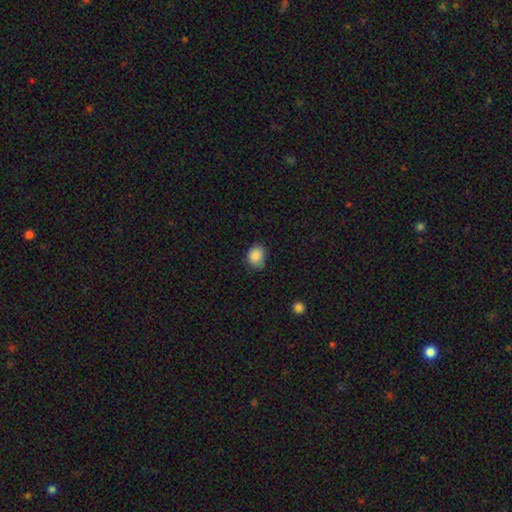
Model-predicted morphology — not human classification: Overall: smooth (87%). How rounded: in between (51%; round 48%). Merging: none (71%).